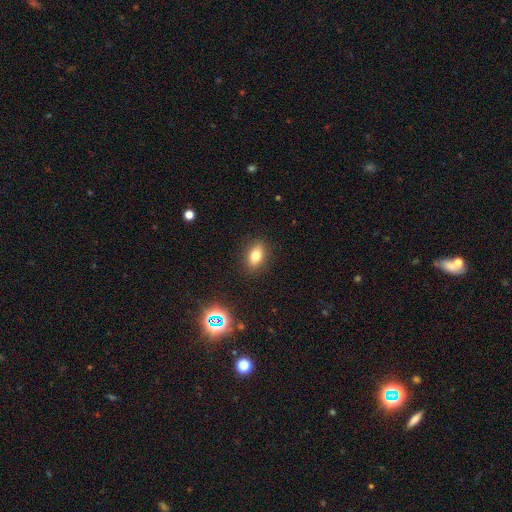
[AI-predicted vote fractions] smooth-or-featured: smooth: 76% | featured or disk: 12% | star or artifact: 12%
  how-rounded: in between: 80% | round: 14% | cigar-shaped: 5%
  merging: none: 88% | minor disturbance: 9% | major disturbance: 2% | merger: 1%